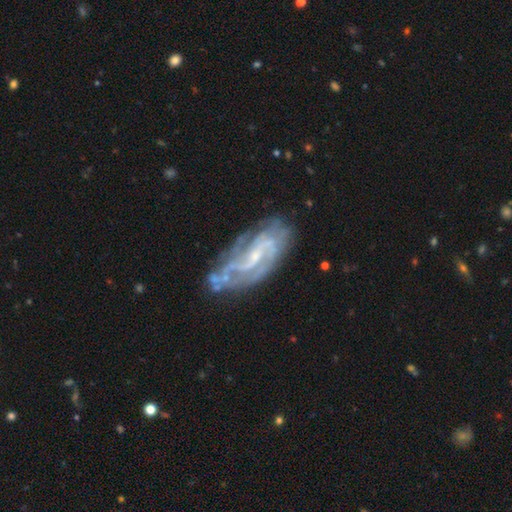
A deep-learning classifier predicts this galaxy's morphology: The model was most divided on "spiral winding": medium: 43%, tight: 41%, loose: 16%. Remaining: edge-on disk — no (93%); spiral arms — yes (90%); smooth or featured — featured or disk (84%); bulge size — small (64%); merging — none (62%); bar — weak (48%); spiral arm count — 2 (43%).